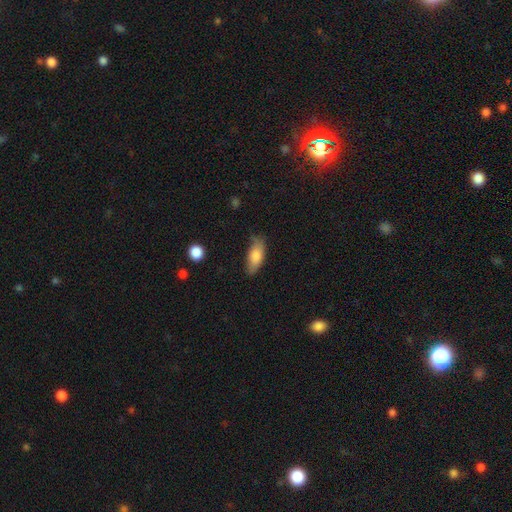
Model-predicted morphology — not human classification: smooth_or_featured: smooth (p=0.77) [alt: featured or disk p=0.16]
how_rounded: in between (p=0.80) [alt: cigar-shaped p=0.18]
merging: none (p=0.68) [alt: minor disturbance p=0.25]